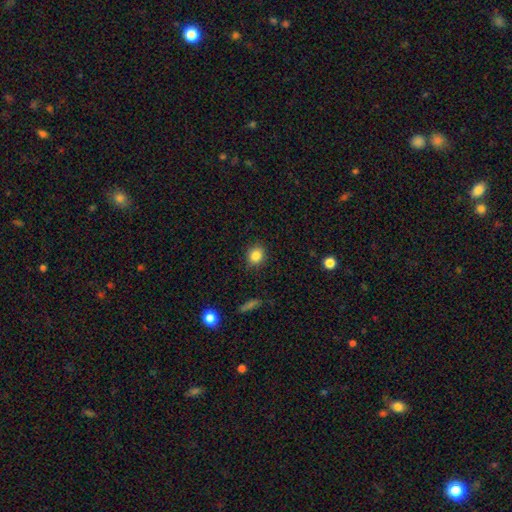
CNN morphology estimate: Smooth or featured? smooth (85%)
How rounded? round (66%)
Merging? none (87%)